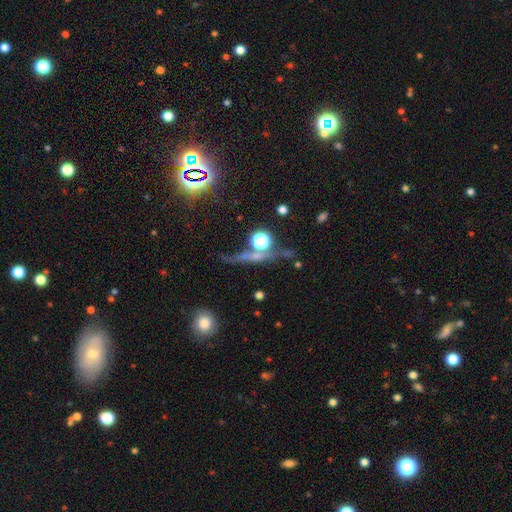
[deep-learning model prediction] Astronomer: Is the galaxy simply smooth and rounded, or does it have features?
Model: star or artifact — 41% (runner-up: featured or disk, 34%).